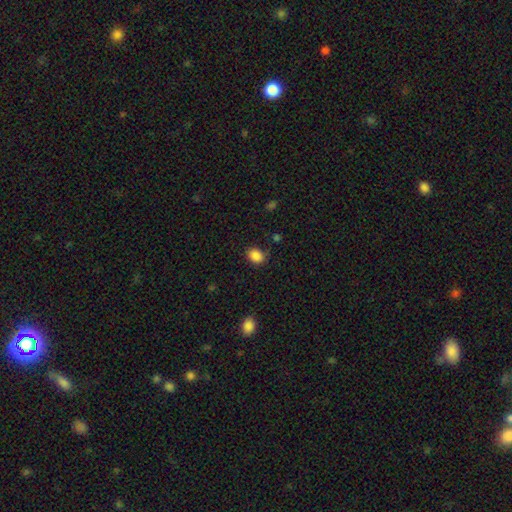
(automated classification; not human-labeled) smooth-or-featured: smooth: 87% | star or artifact: 10% | featured or disk: 4%
  how-rounded: in between: 56% | round: 43% | cigar-shaped: 1%
  merging: none: 77% | minor disturbance: 16% | major disturbance: 4% | merger: 2%